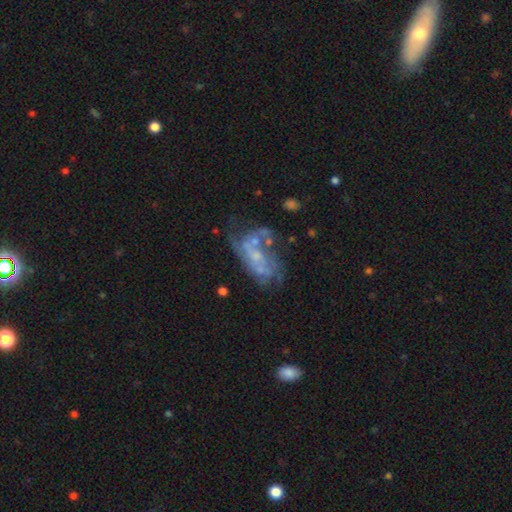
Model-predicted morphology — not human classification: A featured or disk galaxy (69%) with no bar (72%), spiral arms (51%) and a small central bulge (52%).

Vote fractions:
- Smooth or featured? featured or disk: 69% / smooth: 18% / star or artifact: 13%
- Edge-on disk? no: 96% / yes: 4%
- Bar? no: 72% / weak: 22% / strong: 6%
- Spiral arms? yes: 51% / no: 49%
- Bulge size? small: 52% / none: 29% / moderate: 17% / large: 2% / dominant: 1%
- Merging? none: 34% / major disturbance: 29% / merger: 19% / minor disturbance: 18%